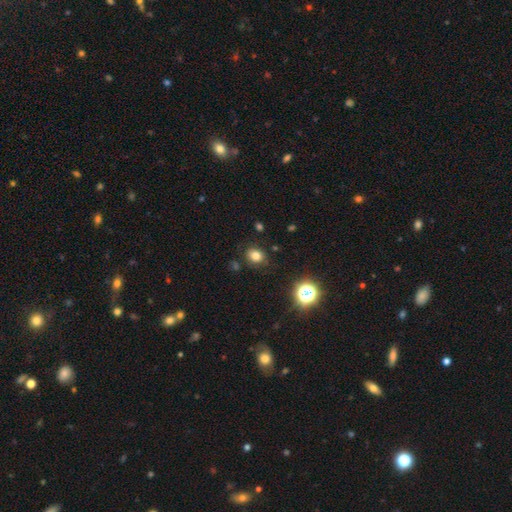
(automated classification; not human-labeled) Smooth or featured? smooth (78%)
How rounded? in between (52%)
Merging? none (83%)